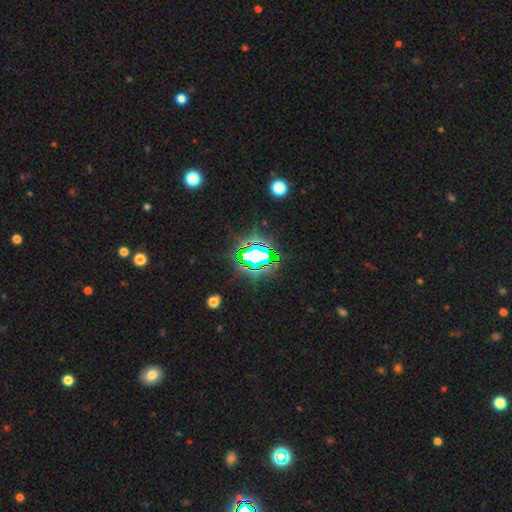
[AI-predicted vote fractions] Smooth or featured? star or artifact (71%)